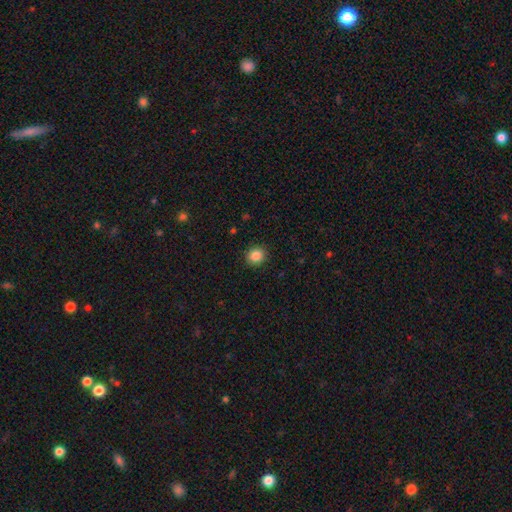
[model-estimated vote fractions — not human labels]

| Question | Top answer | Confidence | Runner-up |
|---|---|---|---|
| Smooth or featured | smooth | 86% | star or artifact (10%) |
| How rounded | round | 79% | in between (20%) |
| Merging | none | 91% | minor disturbance (6%) |